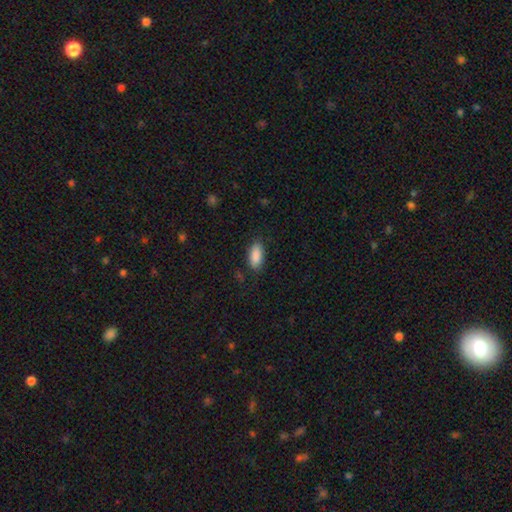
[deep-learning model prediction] Smooth or featured? smooth (89%)
How rounded? in between (89%)
Merging? none (83%)